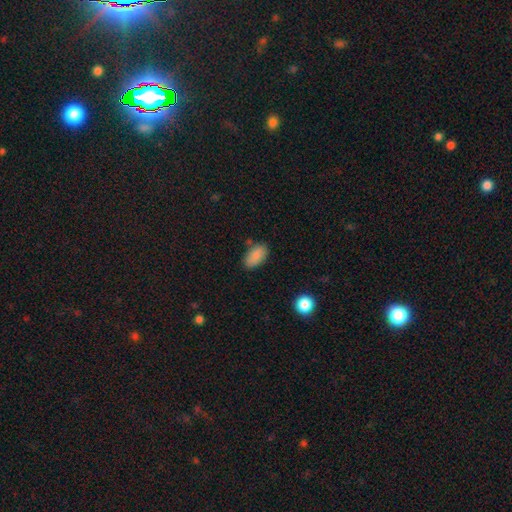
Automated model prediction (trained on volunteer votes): Smooth or featured? smooth (87%)
How rounded? in between (93%)
Merging? none (79%)